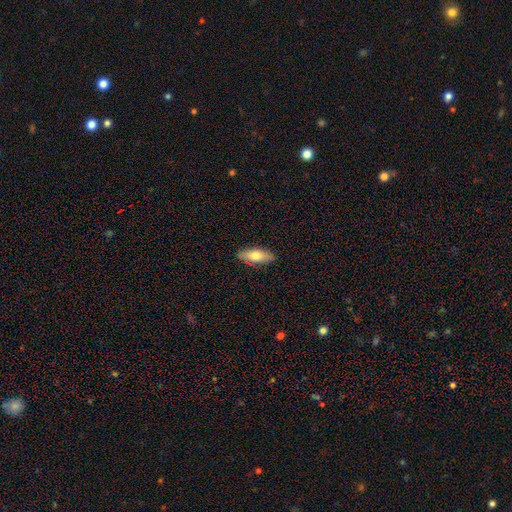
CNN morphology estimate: Smooth or featured? smooth (72%)
How rounded? in between (72%)
Merging? none (87%)